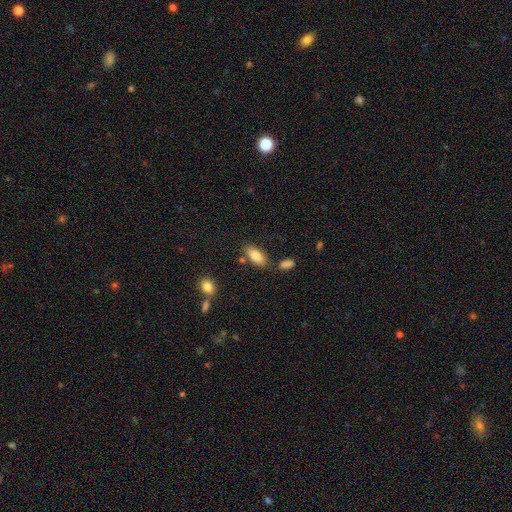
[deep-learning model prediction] Overall: smooth (83%). How rounded: in between (86%). Merging: none (75%).